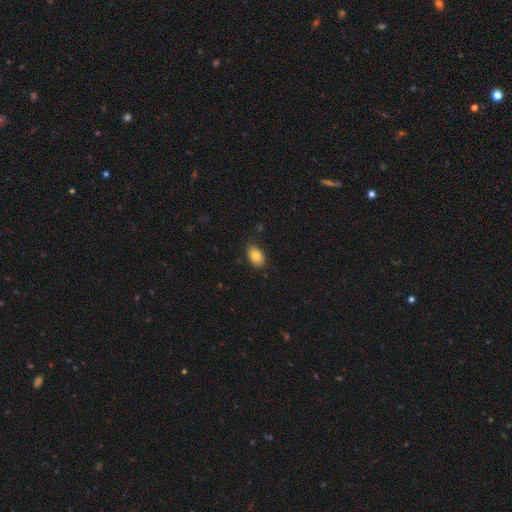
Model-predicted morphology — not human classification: Overall: smooth (83%). How rounded: in between (89%). Merging: none (82%).